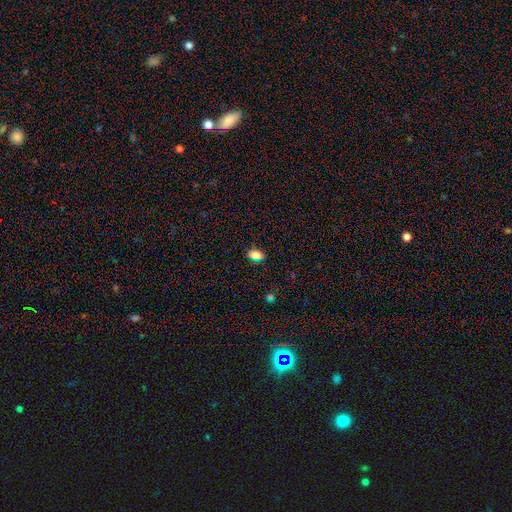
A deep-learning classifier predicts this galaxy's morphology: type=smooth (82%); roundness=in between (82%); merging=none (87%).